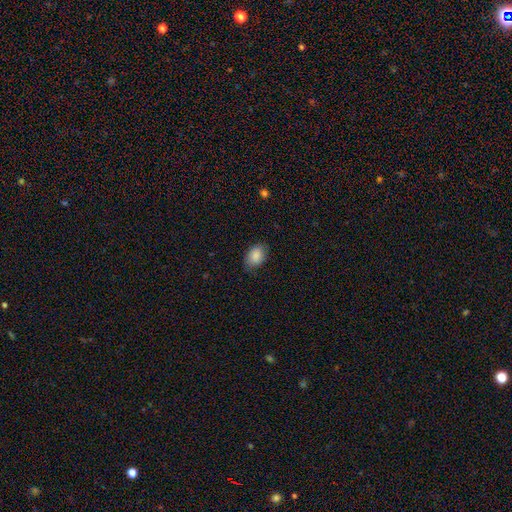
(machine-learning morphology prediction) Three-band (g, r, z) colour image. It shows a smooth galaxy with no disk features (87%) that is in between round and cigar-shaped (81%). Merging: none (74%).